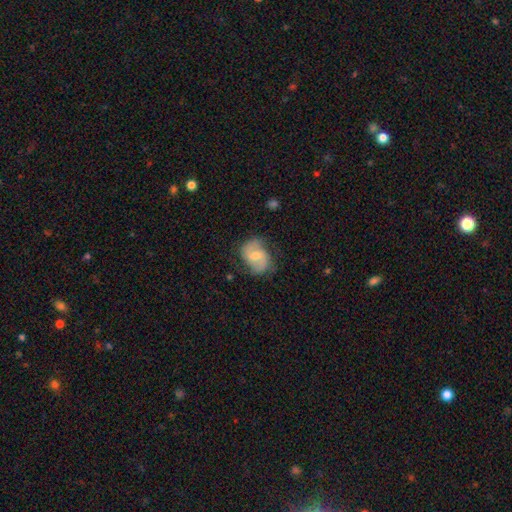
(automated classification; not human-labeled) A featured or disk galaxy (61%) with a weak bar (52%), 2 (86%) medium (46%) spiral arms (88%) and a moderate central bulge (50%).

Vote fractions:
- Smooth or featured? featured or disk: 61% / smooth: 32% / star or artifact: 7%
- Edge-on disk? no: 97% / yes: 3%
- Bar? weak: 52% / no: 34% / strong: 14%
- Spiral arms? yes: 88% / no: 12%
- Spiral winding? medium: 46% / loose: 37% / tight: 18%
- Spiral arm count? 2: 86% / can't tell: 8% / 1: 2% / 3: 2% / 4: 1% / more than 4: 1%
- Bulge size? moderate: 50% / small: 41% / none: 5% / large: 3% / dominant: 1%
- Merging? none: 66% / minor disturbance: 24% / major disturbance: 9% / merger: 2%